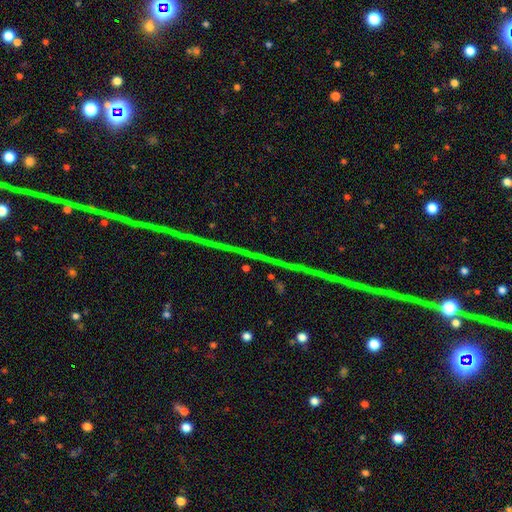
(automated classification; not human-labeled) Smooth or featured? star or artifact (84%)